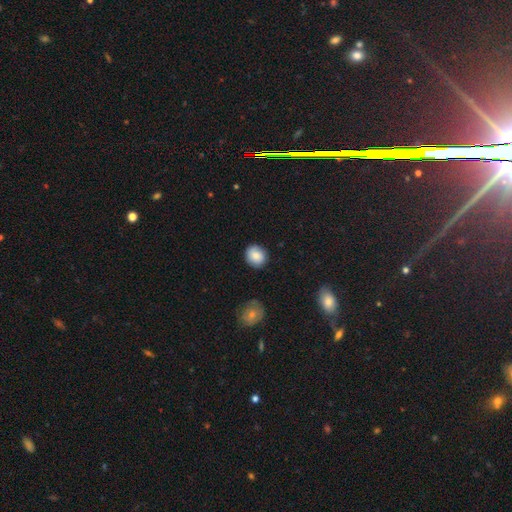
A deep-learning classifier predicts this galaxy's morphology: smooth 82%, featured or disk 10%, star or artifact 8%. Down the decision tree: how rounded — round (77%); merging — none (84%).